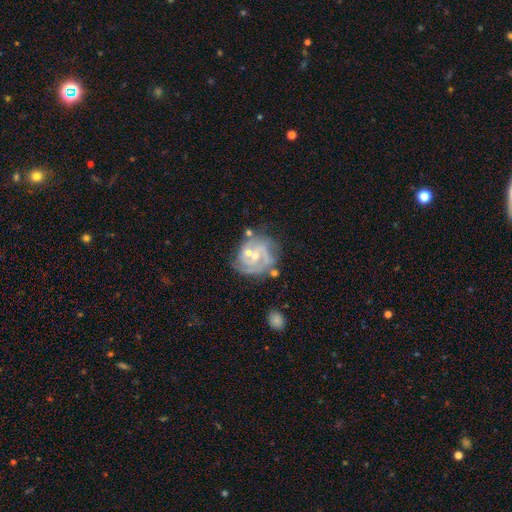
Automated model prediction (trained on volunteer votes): featured or disk 81%, smooth 12%, star or artifact 7%. Down the decision tree: edge-on disk — no (98%); bar — no (56%); spiral arms — yes (89%); spiral arm count — 2 (32%); spiral winding — tight (54%); bulge size — small (56%); merging — none (55%).